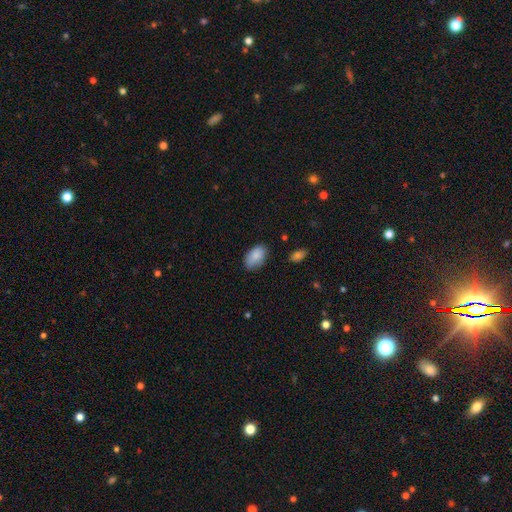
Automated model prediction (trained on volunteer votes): smooth-or-featured: smooth: 87% | star or artifact: 7% | featured or disk: 6%
  how-rounded: in between: 92% | round: 6% | cigar-shaped: 1%
  merging: none: 74% | minor disturbance: 21% | major disturbance: 4% | merger: 2%